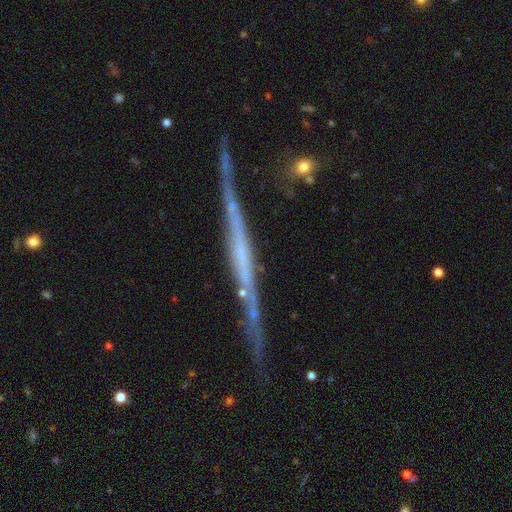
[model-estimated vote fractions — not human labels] This appears to be a featured or disk galaxy (78%) viewed edge-on (96%) with no central bulge (71%). Merging: none (81%).